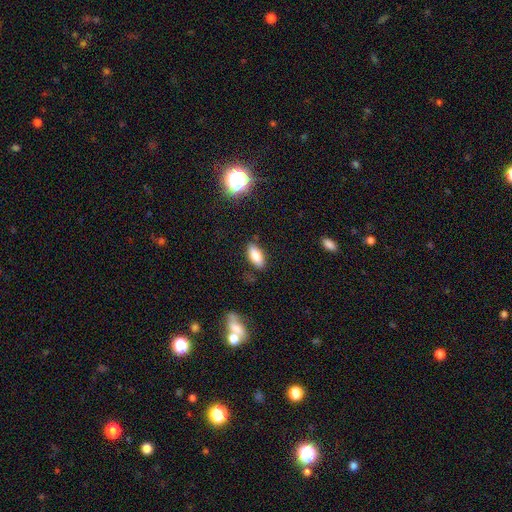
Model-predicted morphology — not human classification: Smooth or featured: smooth — 80% (featured or disk — 12%)
How rounded: in between — 84% (cigar-shaped — 14%)
Merging: none — 82% (minor disturbance — 13%)